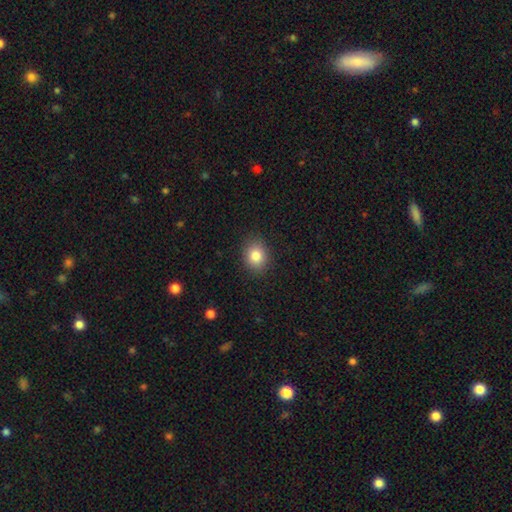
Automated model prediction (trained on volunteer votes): A smooth galaxy with no disk features (83%) that is round (57%).

Vote fractions:
- Smooth or featured? smooth: 83% / star or artifact: 10% / featured or disk: 7%
- How rounded? round: 57% / in between: 42% / cigar-shaped: 1%
- Merging? none: 88% / minor disturbance: 9% / major disturbance: 2% / merger: 1%